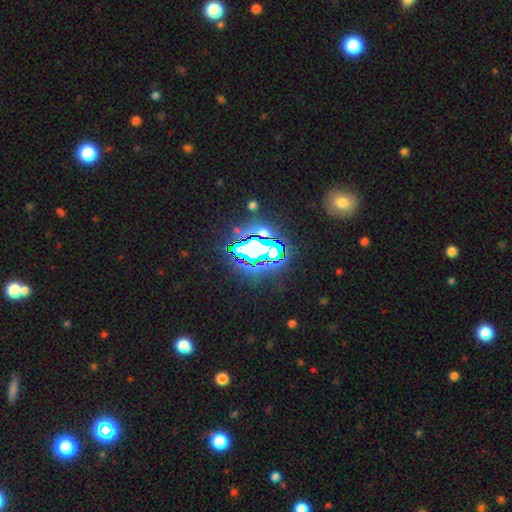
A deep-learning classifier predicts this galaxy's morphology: smooth-or-featured: star or artifact: 77% | smooth: 12% | featured or disk: 11%